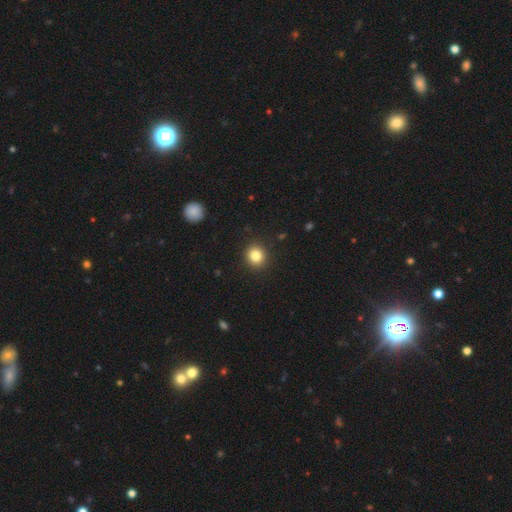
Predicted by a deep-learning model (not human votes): Smooth or featured? smooth (83%)
How rounded? round (87%)
Merging? none (92%)